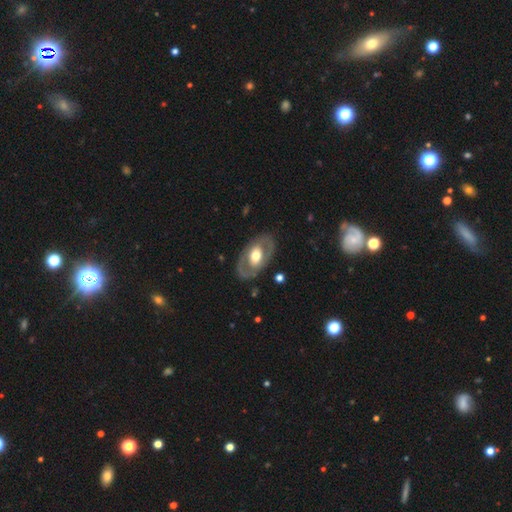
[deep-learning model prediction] Smooth or featured: featured or disk — 63% (smooth — 33%)
Edge-on disk: no — 91% (yes — 9%)
Bar: no — 64% (weak — 23%)
Spiral arms: no — 70% (yes — 30%)
Bulge size: moderate — 61% (large — 30%)
Merging: none — 82% (minor disturbance — 12%)